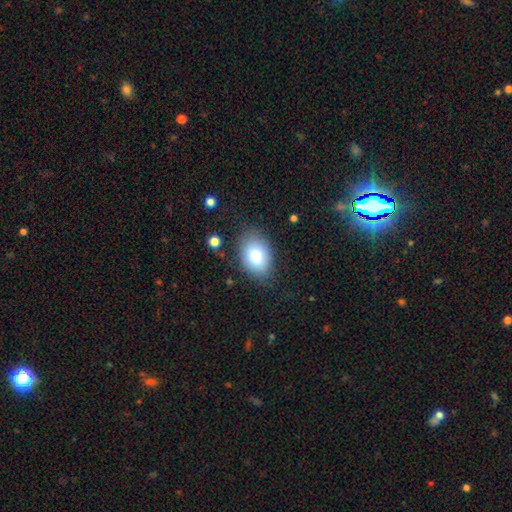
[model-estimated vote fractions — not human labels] This is clearly a smooth galaxy (83%). How rounded: clearly in between (85%). Merging: likely none (77%).